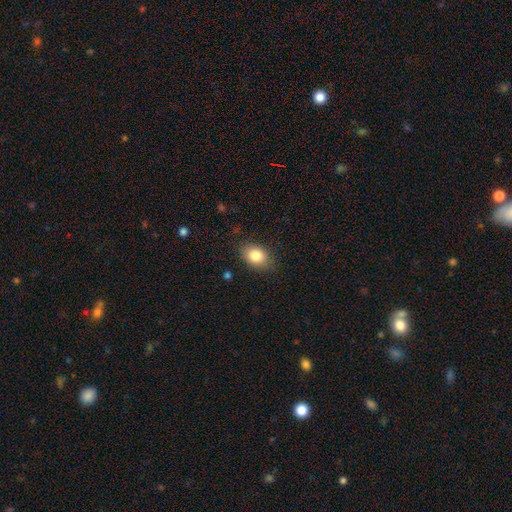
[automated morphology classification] smooth 84%, star or artifact 8%, featured or disk 7%. Down the decision tree: how rounded — in between (74%); merging — none (81%).